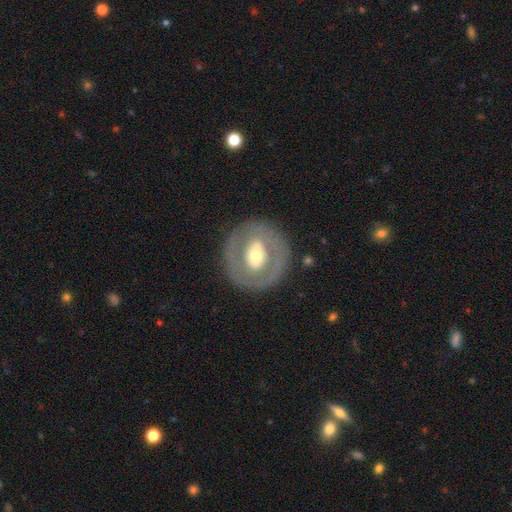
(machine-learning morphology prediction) smooth_or_featured: featured or disk (p=0.58) [alt: smooth p=0.36]
disk_edge_on: no (p=0.93) [alt: yes p=0.07]
bar: no (p=0.50) [alt: weak p=0.28]
has_spiral_arms: no (p=0.83) [alt: yes p=0.17]
bulge_size: moderate (p=0.61) [alt: small p=0.19]
merging: none (p=0.83) [alt: minor disturbance p=0.10]